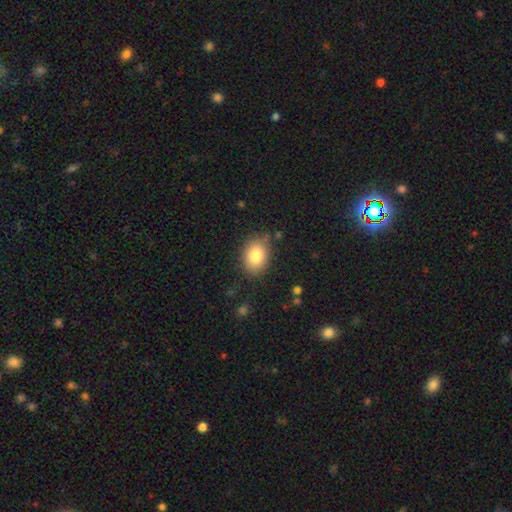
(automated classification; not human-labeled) This is clearly a smooth galaxy (83%). How rounded: likely in between (75%). Merging: clearly none (83%).